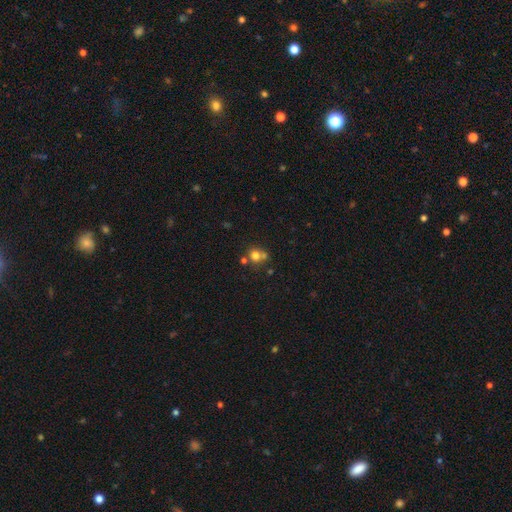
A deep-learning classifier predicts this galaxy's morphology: A smooth galaxy with no disk features (72%) that is round (84%). Merging: none (51%).